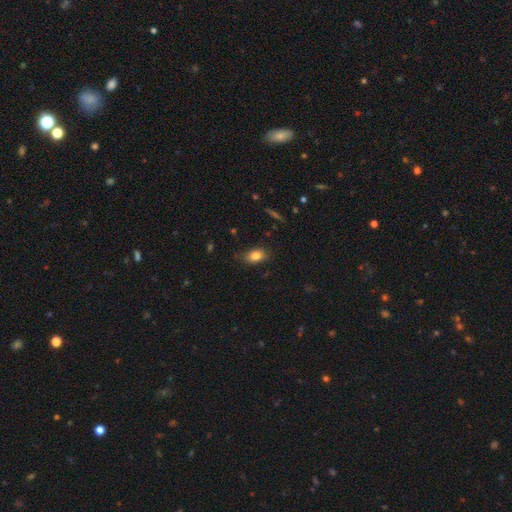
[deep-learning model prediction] This appears to be a smooth galaxy with no disk features (81%) that is in between round and cigar-shaped (84%). Merging: none (80%).